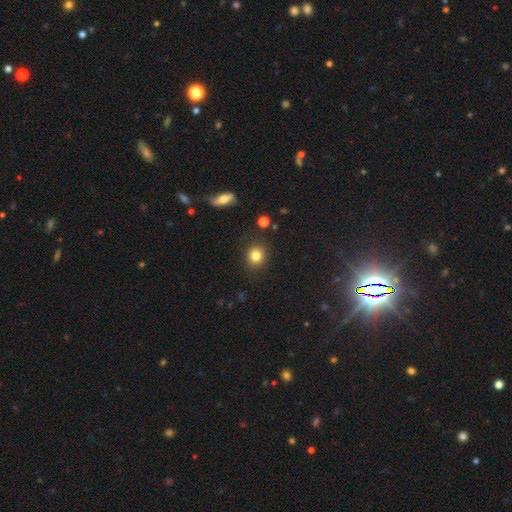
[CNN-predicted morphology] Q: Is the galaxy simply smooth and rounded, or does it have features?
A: smooth — 82%.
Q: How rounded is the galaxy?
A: round — 82%.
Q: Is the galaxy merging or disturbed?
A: none — 89%.